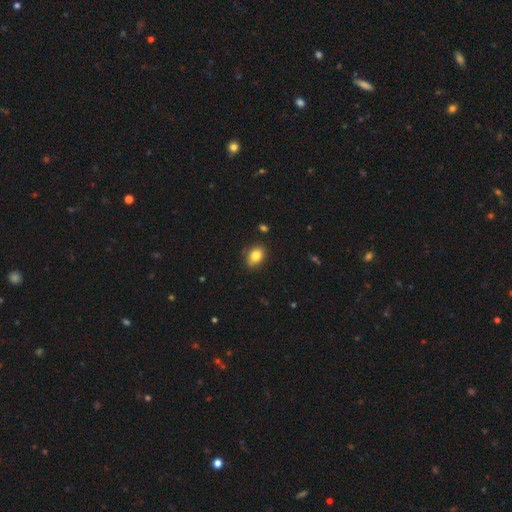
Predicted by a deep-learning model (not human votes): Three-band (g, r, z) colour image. It shows a smooth galaxy with no disk features (84%) that is in between round and cigar-shaped (73%). Merging: none (83%).